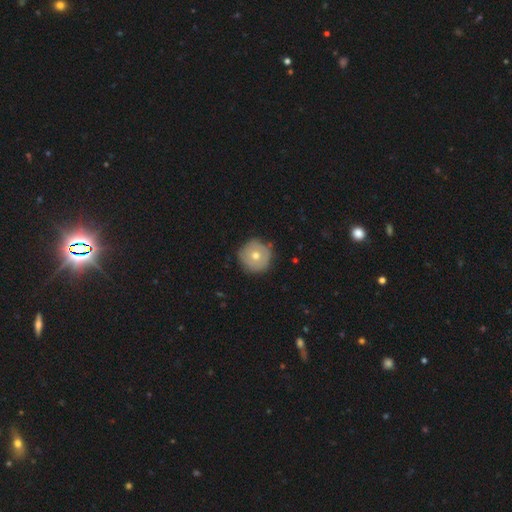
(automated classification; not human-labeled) Smooth or featured?
  - smooth: 57% *
  - featured or disk: 35%
  - star or artifact: 8%
How rounded?
  - round: 96% *
  - in between: 3%
  - cigar-shaped: 1%
Merging?
  - none: 85% *
  - minor disturbance: 11%
  - major disturbance: 2%
  - merger: 1%